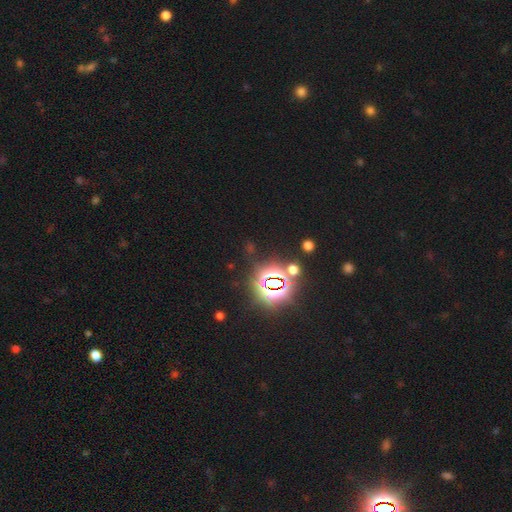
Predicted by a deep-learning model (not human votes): star or artifact 84%, smooth 10%, featured or disk 6%.